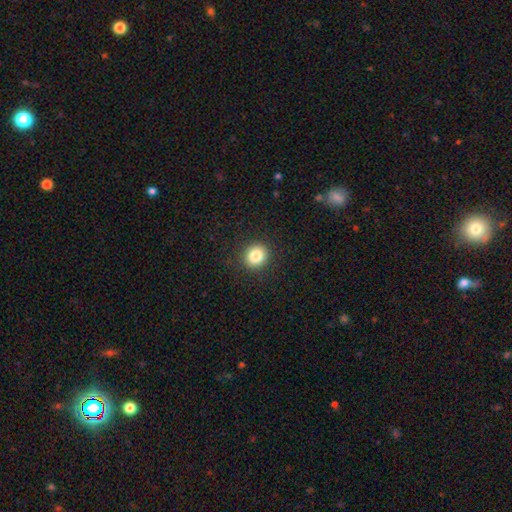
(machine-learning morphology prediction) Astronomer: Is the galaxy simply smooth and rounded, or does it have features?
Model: smooth — 84%.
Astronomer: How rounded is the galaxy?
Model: round — 86%.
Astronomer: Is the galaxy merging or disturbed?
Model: none — 91%.